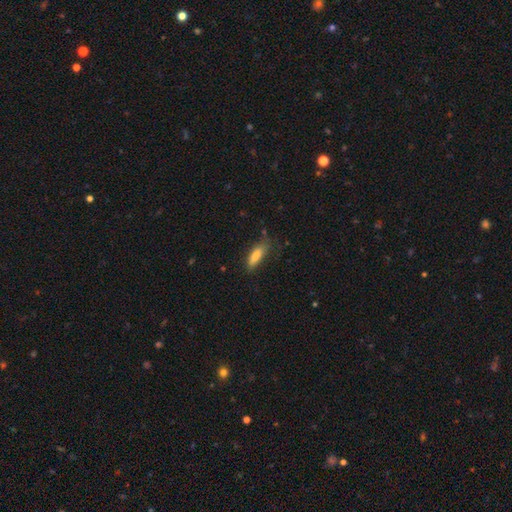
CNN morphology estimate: smooth_or_featured: smooth (p=0.83) [alt: featured or disk p=0.10]
how_rounded: cigar-shaped (p=0.49) [tied with: in between p=0.49]
merging: none (p=0.66) [alt: minor disturbance p=0.25]